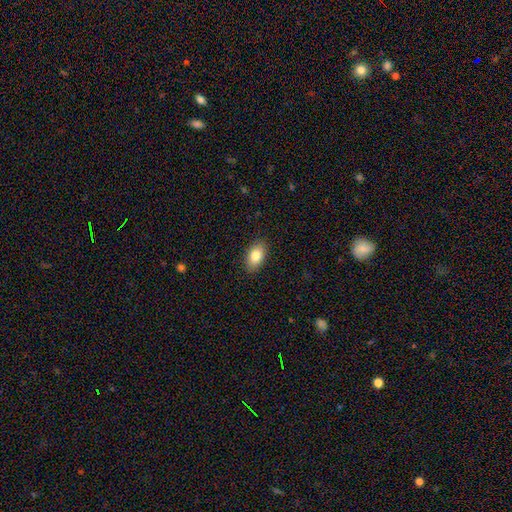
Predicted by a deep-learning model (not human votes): Smooth or featured? Predicted: smooth (p=0.83). How rounded? Predicted: in between (p=0.92). Merging? Predicted: none (p=0.88).